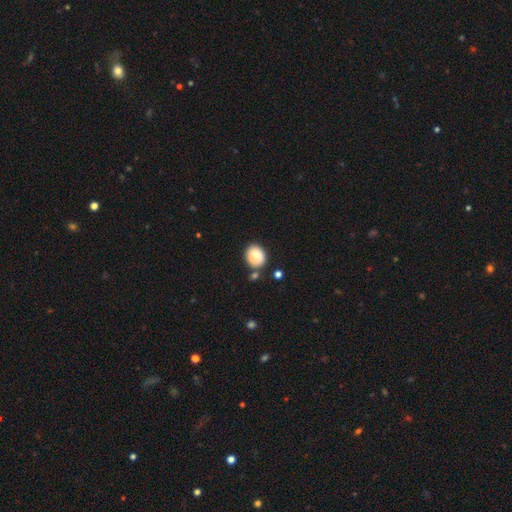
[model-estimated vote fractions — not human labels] smooth_or_featured: smooth (p=0.84) [alt: featured or disk p=0.08]
how_rounded: round (p=0.56) [alt: in between p=0.44]
merging: none (p=0.76) [alt: minor disturbance p=0.12]